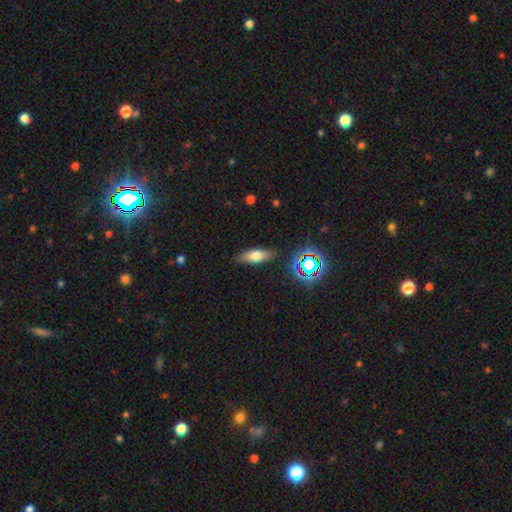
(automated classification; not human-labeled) Q: Smooth or featured?
A: smooth (64%); runner-up: featured or disk (23%)
Q: How rounded?
A: in between (64%); runner-up: cigar-shaped (31%)
Q: Merging?
A: none (83%); runner-up: minor disturbance (12%)